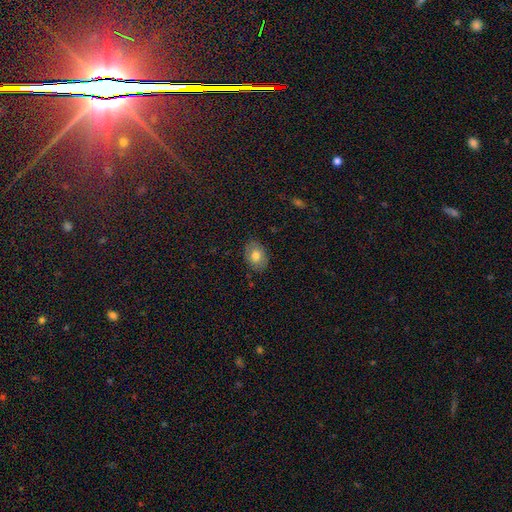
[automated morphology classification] The model was most divided on "how rounded": in between: 73%, round: 26%, cigar-shaped: 1%. More confident: merging — none (83%); smooth or featured — smooth (76%).